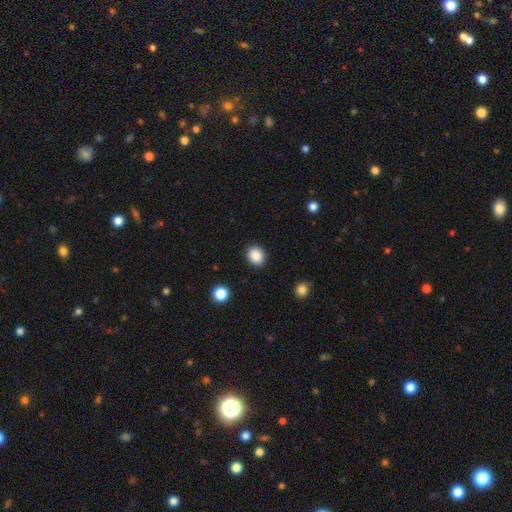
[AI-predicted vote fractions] Smooth or featured: smooth — 88% (star or artifact — 9%)
How rounded: round — 55% (in between — 44%)
Merging: none — 90% (minor disturbance — 7%)